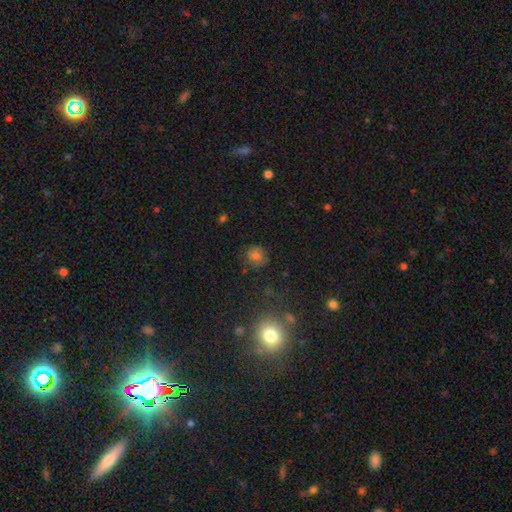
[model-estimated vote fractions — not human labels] Q: Smooth or featured?
A: smooth (72%); runner-up: star or artifact (20%)
Q: How rounded?
A: round (80%); runner-up: in between (19%)
Q: Merging?
A: none (78%); runner-up: minor disturbance (14%)